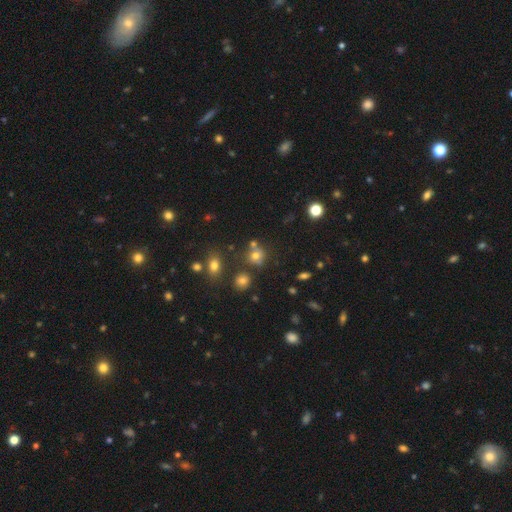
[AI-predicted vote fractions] Overall: smooth (67%). How rounded: round (80%). Merging: none (63%).